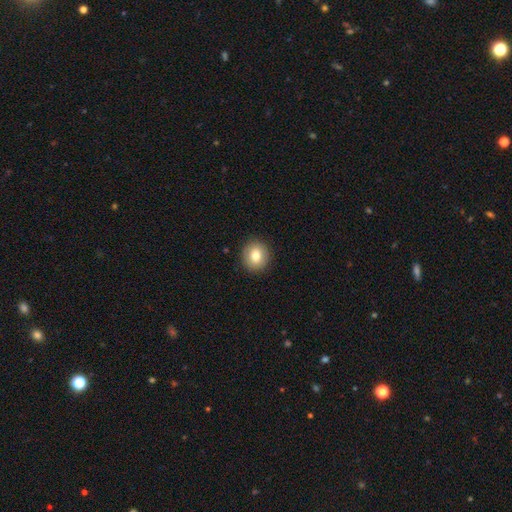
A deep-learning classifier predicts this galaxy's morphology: A smooth galaxy with no disk features (80%) that is round (83%). Merging: none (91%).